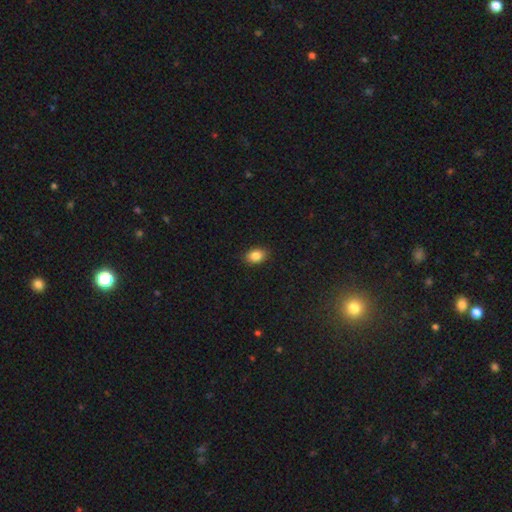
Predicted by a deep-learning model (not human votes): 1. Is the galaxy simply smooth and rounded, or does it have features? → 86% smooth, 9% star or artifact, 5% featured or disk.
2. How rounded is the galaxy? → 78% in between, 21% round, 1% cigar-shaped.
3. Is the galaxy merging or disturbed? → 88% none, 9% minor disturbance, 2% major disturbance, 1% merger.